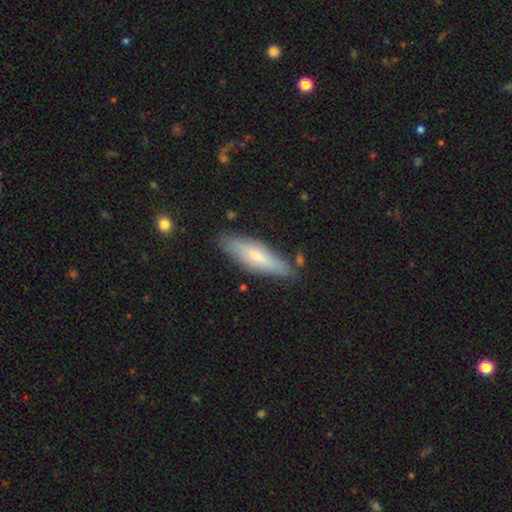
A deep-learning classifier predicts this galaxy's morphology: Smooth or featured: smooth — 57% (featured or disk — 37%)
How rounded: cigar-shaped — 61% (in between — 37%)
Merging: none — 82% (minor disturbance — 13%)